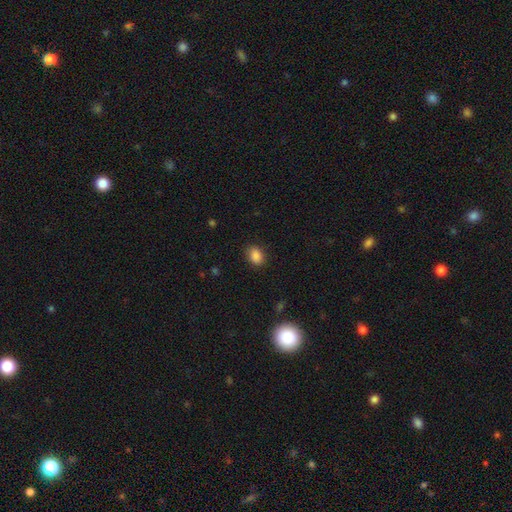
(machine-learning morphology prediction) smooth 86%, star or artifact 10%, featured or disk 4%. Down the decision tree: how rounded — in between (70%); merging — none (85%).